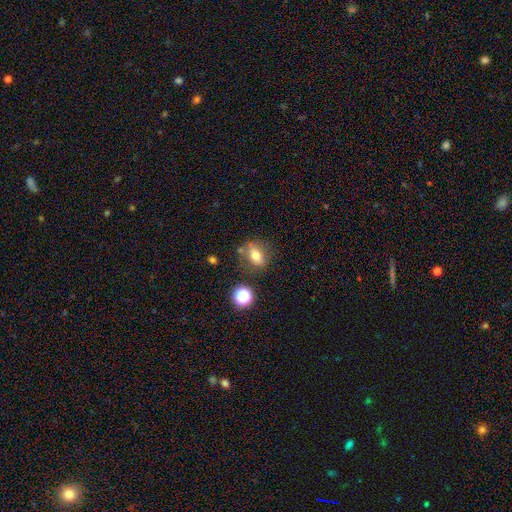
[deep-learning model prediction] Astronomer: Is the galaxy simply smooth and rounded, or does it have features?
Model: smooth — 68%.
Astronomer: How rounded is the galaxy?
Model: in between — 57% (runner-up: round, 40%).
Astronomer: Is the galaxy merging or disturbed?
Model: none — 71%.